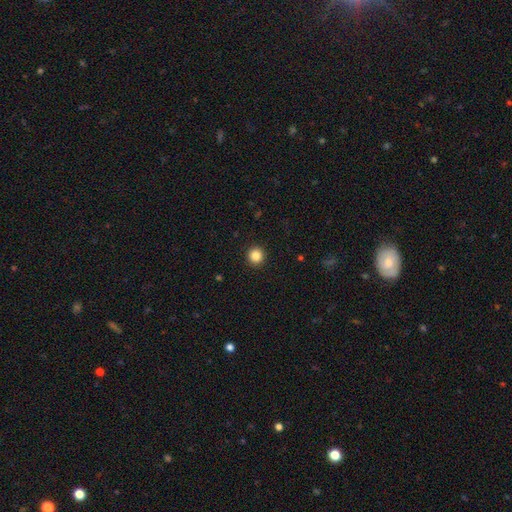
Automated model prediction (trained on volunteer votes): The model was most divided on "smooth or featured": smooth: 84%, star or artifact: 11%, featured or disk: 4%. More confident: how rounded — round (95%); merging — none (93%).